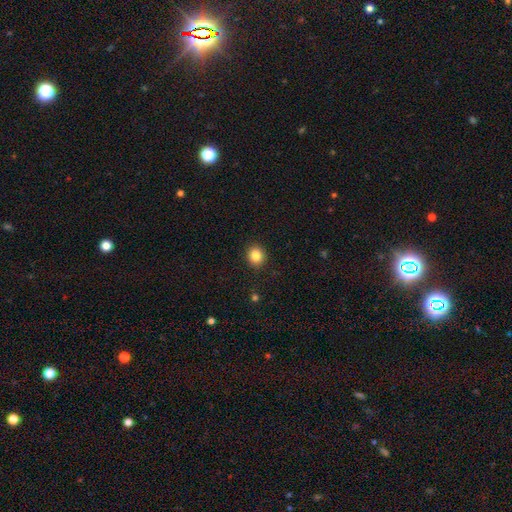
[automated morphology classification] A smooth galaxy with no disk features (85%) that is round (81%).

Vote fractions:
- Smooth or featured? smooth: 85% / star or artifact: 10% / featured or disk: 5%
- How rounded? round: 81% / in between: 18% / cigar-shaped: 1%
- Merging? none: 91% / minor disturbance: 6% / major disturbance: 2% / merger: 1%